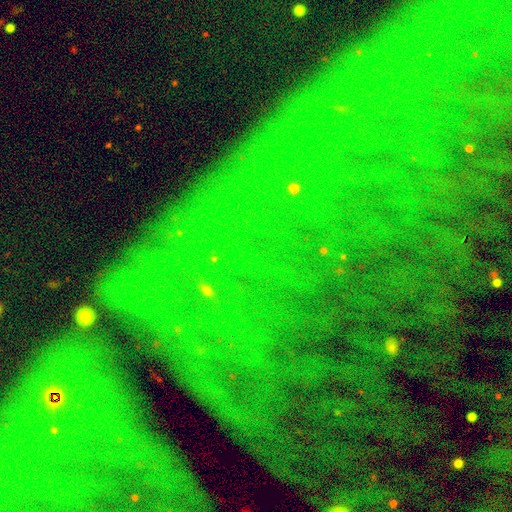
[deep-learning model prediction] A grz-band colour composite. It shows a star or artifact, not a galaxy (83%).